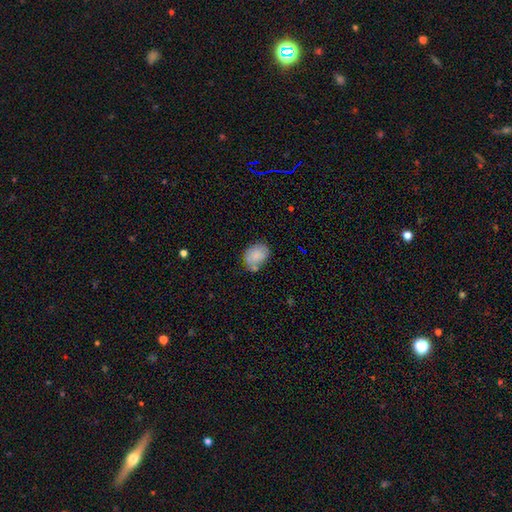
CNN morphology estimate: Smooth or featured: smooth — 82% (featured or disk — 10%)
How rounded: in between — 67% (round — 32%)
Merging: none — 60% (minor disturbance — 23%)